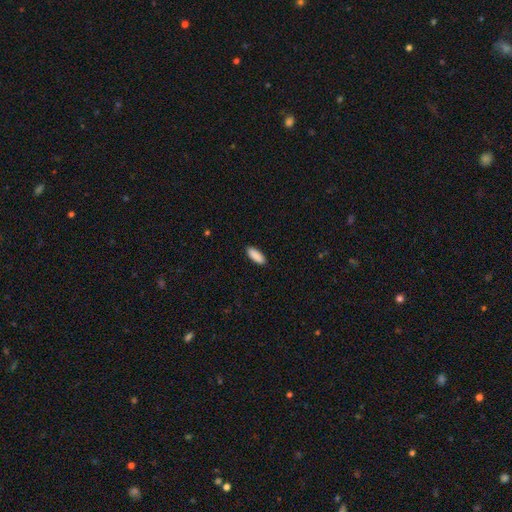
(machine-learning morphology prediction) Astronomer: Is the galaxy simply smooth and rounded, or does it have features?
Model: smooth — 90%.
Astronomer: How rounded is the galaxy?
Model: in between — 71%.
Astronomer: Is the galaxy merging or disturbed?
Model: none — 90%.